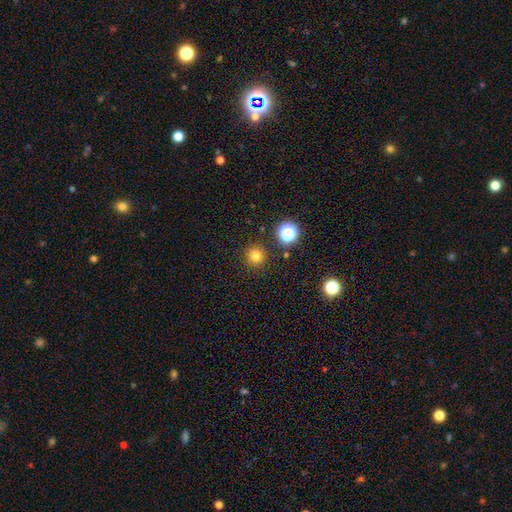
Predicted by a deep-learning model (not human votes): smooth_or_featured: smooth (p=0.77) [alt: star or artifact p=0.17]
how_rounded: round (p=0.94) [alt: in between p=0.05]
merging: none (p=0.88) [alt: minor disturbance p=0.07]